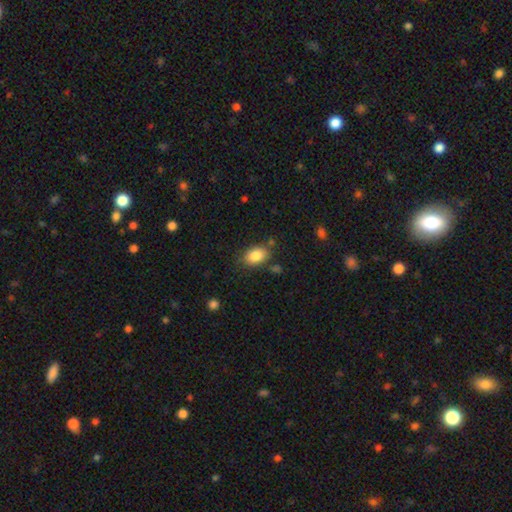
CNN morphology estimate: smooth 85%, star or artifact 8%, featured or disk 7%. Down the decision tree: how rounded — in between (88%); merging — none (77%).